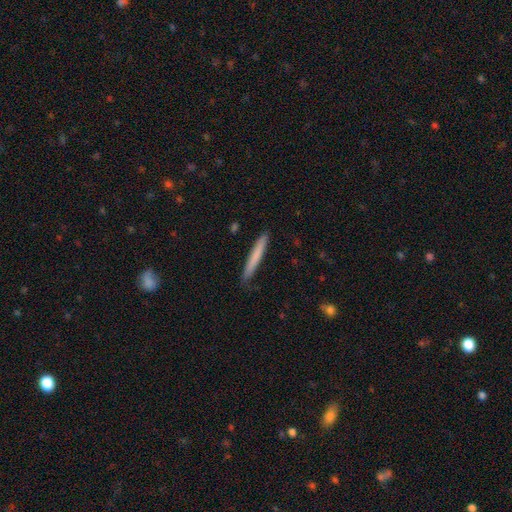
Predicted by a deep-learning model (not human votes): Smooth or featured? smooth (73%)
How rounded? cigar-shaped (97%)
Merging? none (88%)